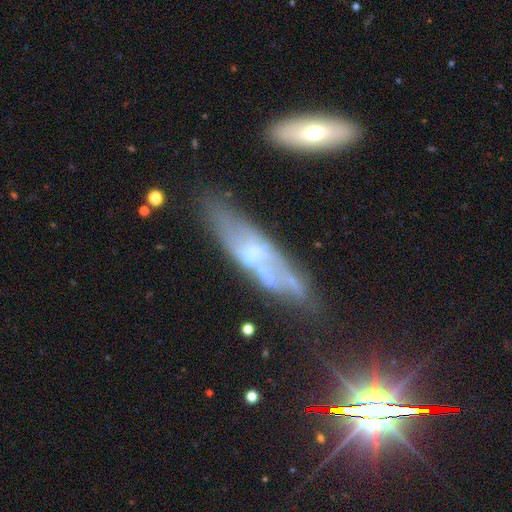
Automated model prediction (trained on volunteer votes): The model was most divided on "edge-on disk": no: 63%, yes: 37%. More confident: smooth or featured — featured or disk (63%); merging — none (53%).